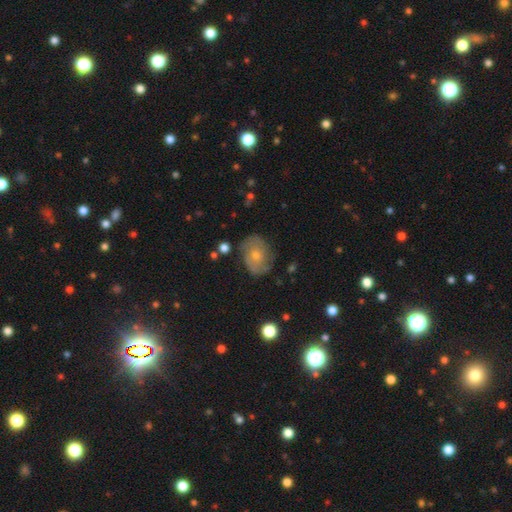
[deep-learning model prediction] Morphology: type=featured or disk (49%); merging=none (69%).